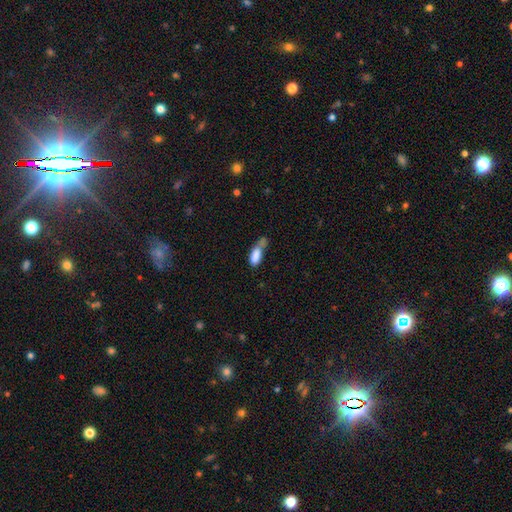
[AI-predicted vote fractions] A smooth galaxy with no disk features (81%) that is in between round and cigar-shaped (73%).

Vote fractions:
- Smooth or featured? smooth: 81% / featured or disk: 11% / star or artifact: 8%
- How rounded? in between: 73% / cigar-shaped: 24% / round: 3%
- Merging? merger: 28% / minor disturbance: 26% / none: 26% / major disturbance: 20%